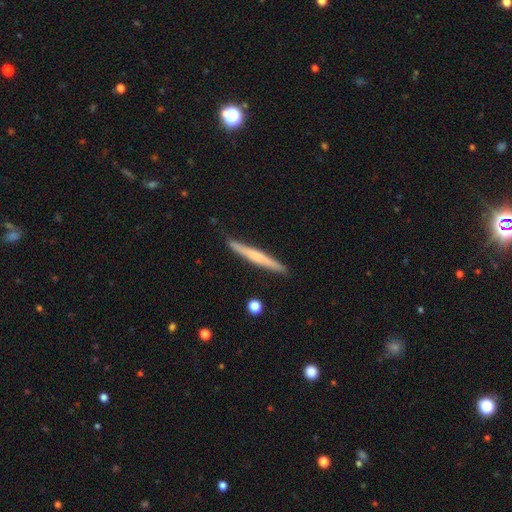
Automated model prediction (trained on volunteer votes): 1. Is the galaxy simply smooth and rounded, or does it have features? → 48% featured or disk, 46% smooth, 6% star or artifact.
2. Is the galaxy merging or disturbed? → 88% none, 9% minor disturbance, 2% major disturbance, 1% merger.